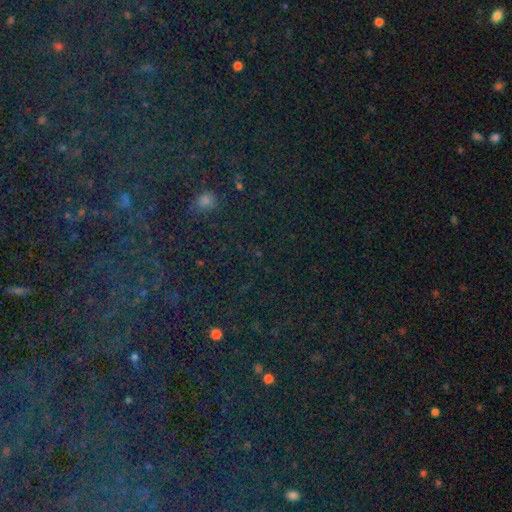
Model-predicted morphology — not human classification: Smooth or featured: star or artifact — 77% (smooth — 15%)